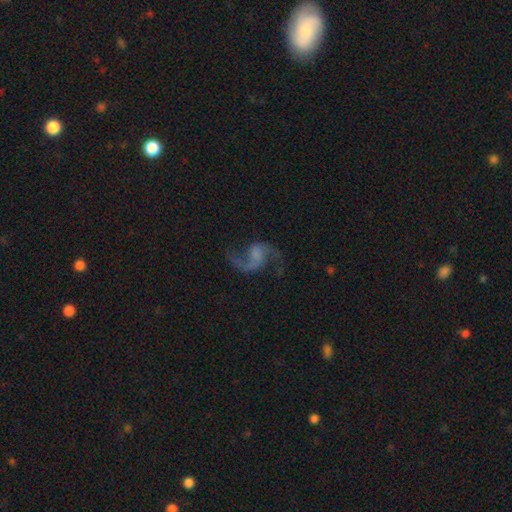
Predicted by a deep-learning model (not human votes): featured or disk 87%, star or artifact 7%, smooth 6%. Down the decision tree: edge-on disk — no (98%); bar — no (49%); spiral arms — yes (97%); spiral arm count — 2 (92%); spiral winding — loose (74%); bulge size — none (53%); merging — none (72%).